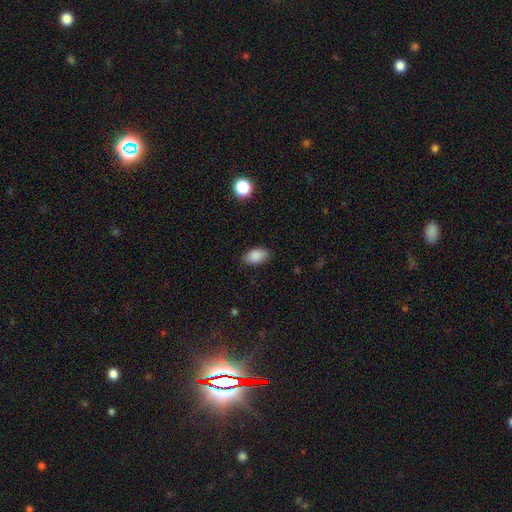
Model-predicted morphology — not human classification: smooth-or-featured: smooth: 88% | star or artifact: 8% | featured or disk: 4%
  how-rounded: in between: 91% | round: 7% | cigar-shaped: 2%
  merging: none: 84% | minor disturbance: 12% | major disturbance: 3% | merger: 1%